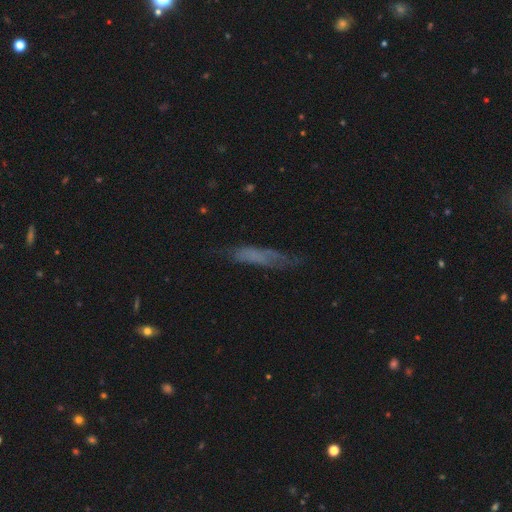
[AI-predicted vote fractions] Morphology: type=smooth (51%); roundness=cigar-shaped (80%); merging=none (57%).